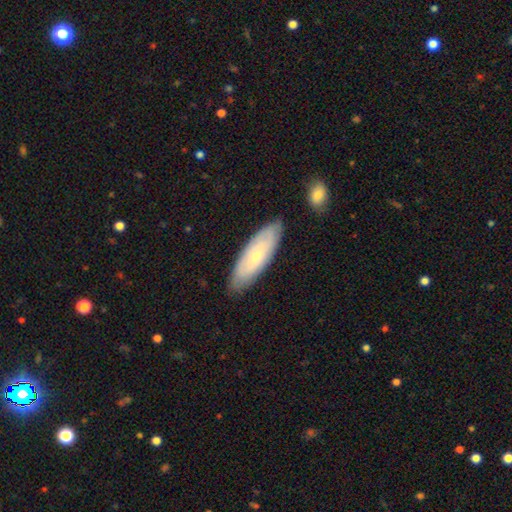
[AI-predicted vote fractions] Smooth or featured?
  - smooth: 55% *
  - featured or disk: 39%
  - star or artifact: 6%
How rounded?
  - in between: 60% *
  - cigar-shaped: 38%
  - round: 2%
Merging?
  - none: 83% *
  - minor disturbance: 13%
  - major disturbance: 2%
  - merger: 2%